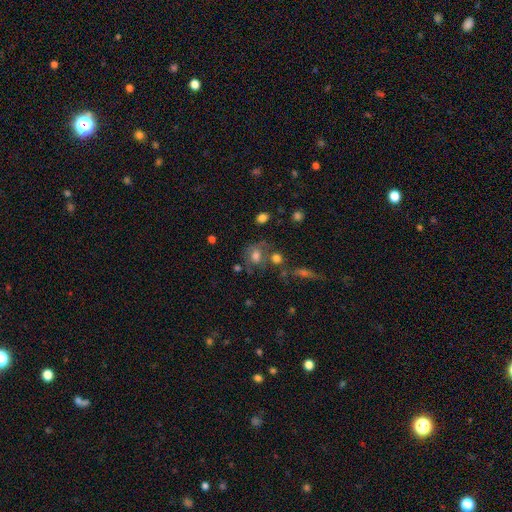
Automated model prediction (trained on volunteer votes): Smooth or featured? smooth (61%)
How rounded? round (58%)
Merging? none (48%)